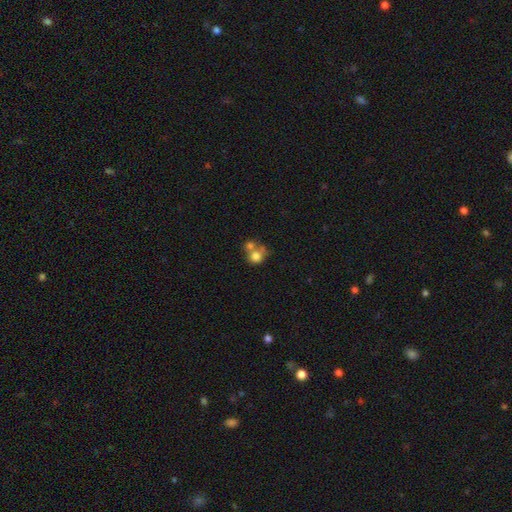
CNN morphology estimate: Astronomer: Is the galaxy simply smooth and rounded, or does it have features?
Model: smooth — 75%.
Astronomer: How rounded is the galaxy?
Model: round — 80%.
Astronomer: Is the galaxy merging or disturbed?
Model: merger — 54% (runner-up: none, 32%).